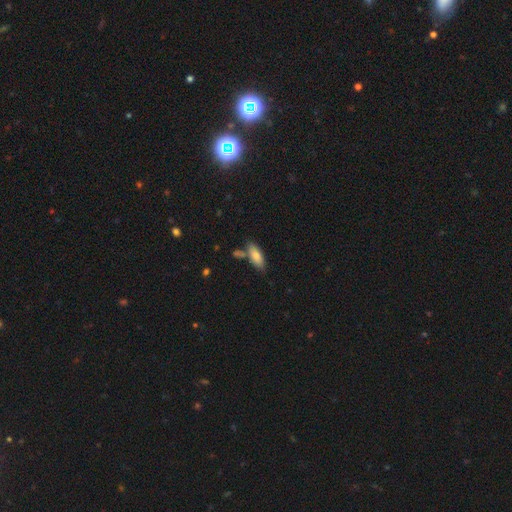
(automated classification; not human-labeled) Smooth or featured? Predicted: smooth (p=0.80). How rounded? Predicted: in between (p=0.71). Merging? Predicted: none (p=0.67).